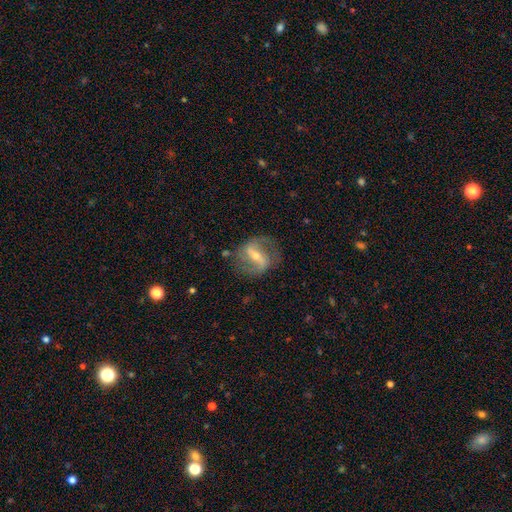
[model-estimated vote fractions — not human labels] This appears to be a featured or disk galaxy (81%) with a strong bar (61%), 2 (86%) loose (43%) spiral arms (84%) and a small central bulge (52%). Merging: none (71%).